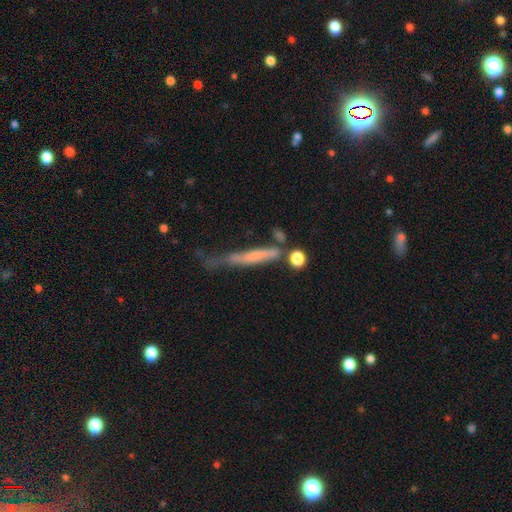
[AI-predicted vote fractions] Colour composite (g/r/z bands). It shows a smooth galaxy with no disk features (45%). Merging: none (35%).